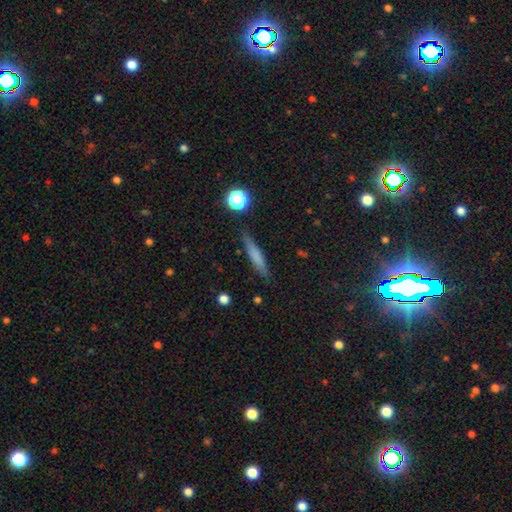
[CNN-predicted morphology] Smooth or featured?
  - smooth: 68% *
  - featured or disk: 23%
  - star or artifact: 9%
How rounded?
  - cigar-shaped: 86% *
  - in between: 11%
  - round: 3%
Merging?
  - none: 84% *
  - minor disturbance: 11%
  - major disturbance: 3%
  - merger: 2%